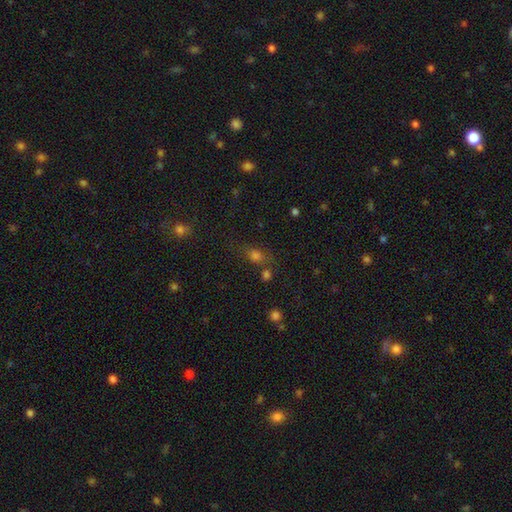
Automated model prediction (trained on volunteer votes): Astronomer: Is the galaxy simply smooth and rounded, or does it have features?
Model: smooth — 66%.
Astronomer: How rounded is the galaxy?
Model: in between — 56% (runner-up: round, 37%).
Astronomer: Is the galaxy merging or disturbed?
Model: none — 65%.